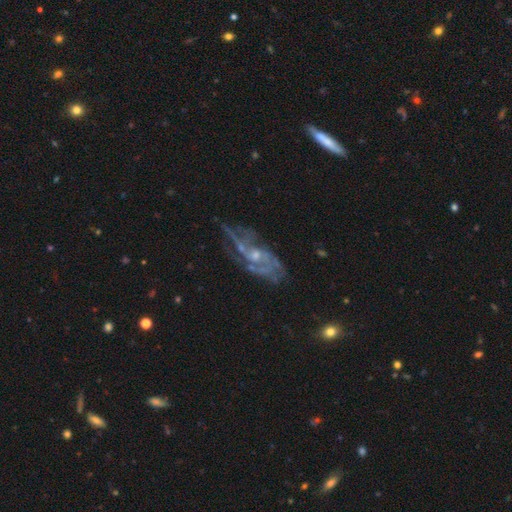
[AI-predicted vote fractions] The model was most divided on "spiral winding": medium: 41%, tight: 33%, loose: 25%. Remaining: edge-on disk — no (92%); spiral arms — yes (81%); smooth or featured — featured or disk (78%); bar — no (67%); bulge size — small (58%); merging — none (48%); spiral arm count — can't tell (39%).